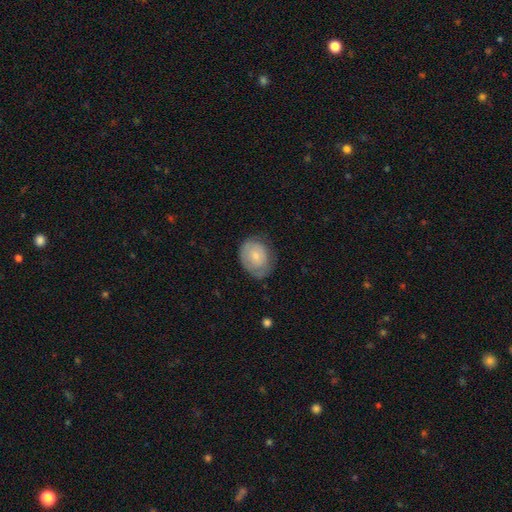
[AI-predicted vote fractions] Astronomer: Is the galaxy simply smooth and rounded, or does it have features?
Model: smooth — 63%.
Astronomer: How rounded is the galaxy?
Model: in between — 50% (runner-up: round, 49%).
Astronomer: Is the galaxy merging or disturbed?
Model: none — 61%.